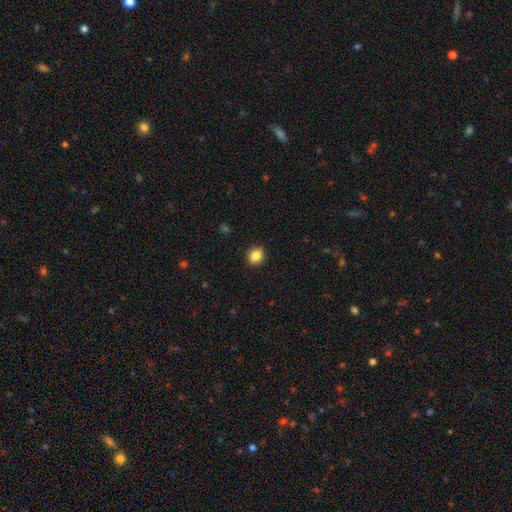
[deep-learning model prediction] A smooth galaxy with no disk features (86%) that is round (63%). Merging: none (88%).